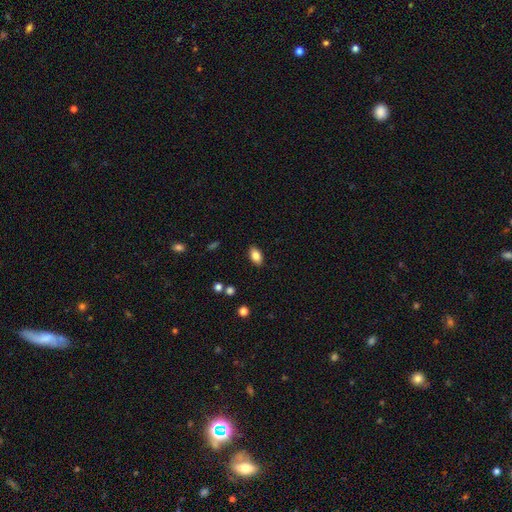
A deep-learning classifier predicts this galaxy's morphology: Q: Smooth or featured?
A: smooth (82%); runner-up: featured or disk (9%)
Q: How rounded?
A: in between (90%); runner-up: round (7%)
Q: Merging?
A: none (88%); runner-up: minor disturbance (9%)